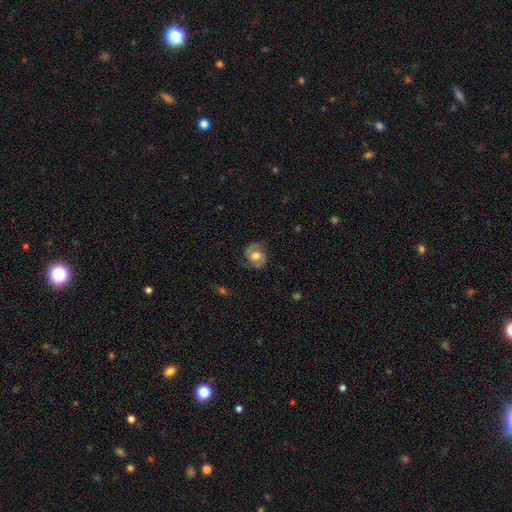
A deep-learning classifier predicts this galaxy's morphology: The model was most divided on "bar": no: 55%, weak: 35%, strong: 10%. More confident: edge-on disk — no (97%); spiral arms — yes (80%); merging — none (75%); bulge size — moderate (62%); smooth or featured — featured or disk (58%).